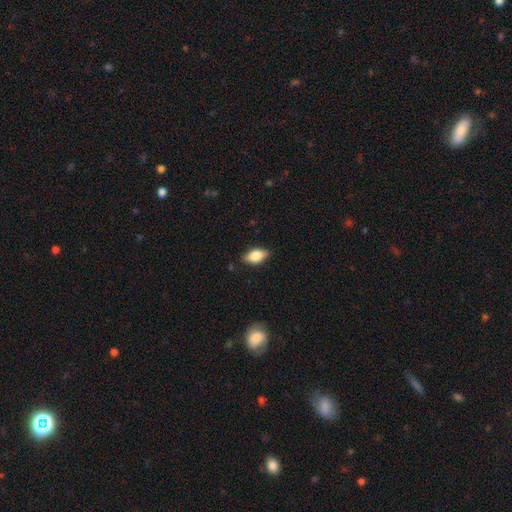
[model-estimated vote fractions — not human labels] A smooth galaxy with no disk features (74%) that is in between round and cigar-shaped (87%). Merging: none (82%).